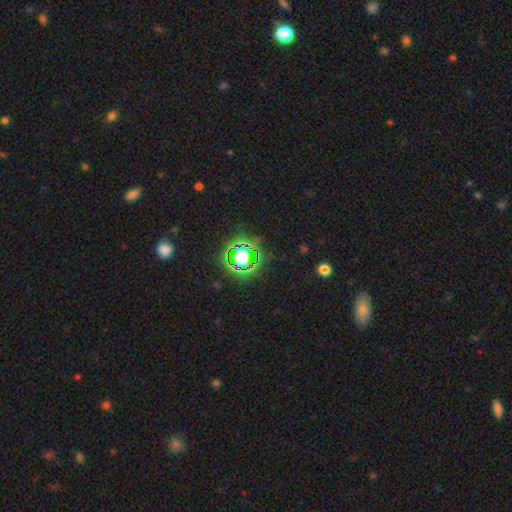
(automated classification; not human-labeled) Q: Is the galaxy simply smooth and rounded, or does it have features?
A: star or artifact — 77%.